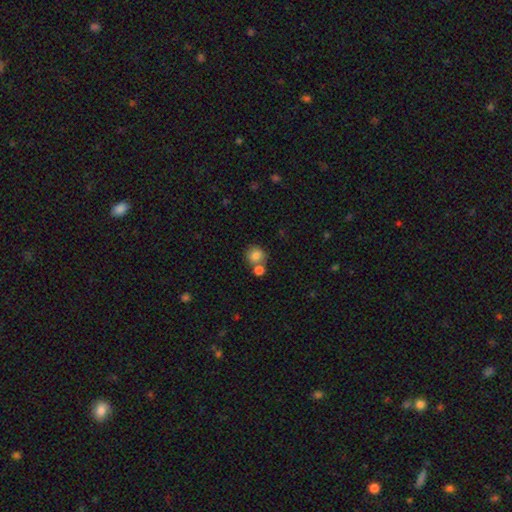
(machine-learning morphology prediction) Smooth or featured: smooth — 83% (star or artifact — 9%)
How rounded: round — 83% (in between — 17%)
Merging: none — 55% (merger — 32%)